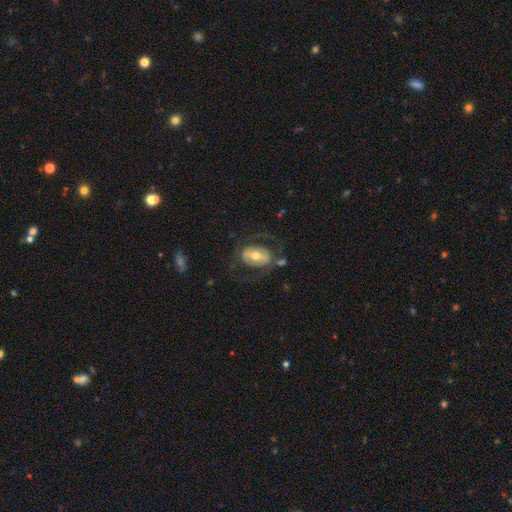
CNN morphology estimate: type=featured or disk (57%); edge-on=no (93%); bar=no (35%); spiral arms=no (54%); bulge=moderate (69%); merging=none (60%).